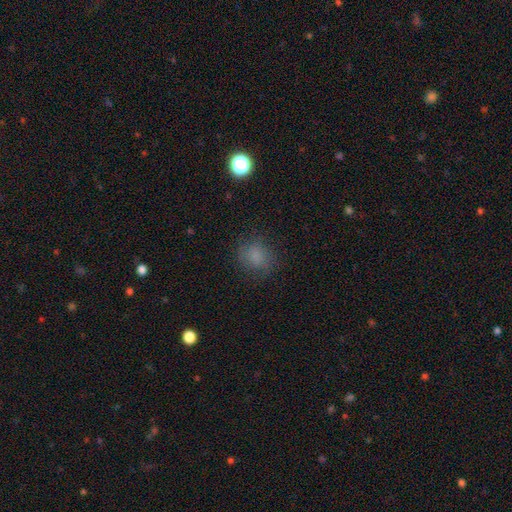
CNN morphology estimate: Q: Smooth or featured?
A: smooth (77%); runner-up: star or artifact (15%)
Q: How rounded?
A: round (69%); runner-up: in between (30%)
Q: Merging?
A: none (76%); runner-up: minor disturbance (16%)